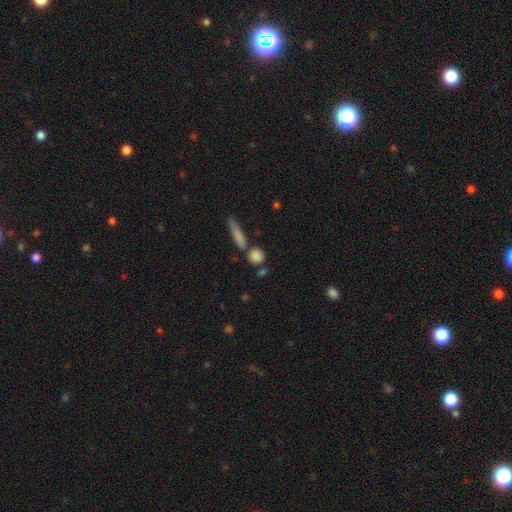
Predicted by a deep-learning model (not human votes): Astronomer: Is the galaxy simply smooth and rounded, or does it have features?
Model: smooth — 83%.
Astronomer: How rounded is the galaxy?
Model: round — 76%.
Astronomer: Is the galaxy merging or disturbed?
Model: none — 69%.